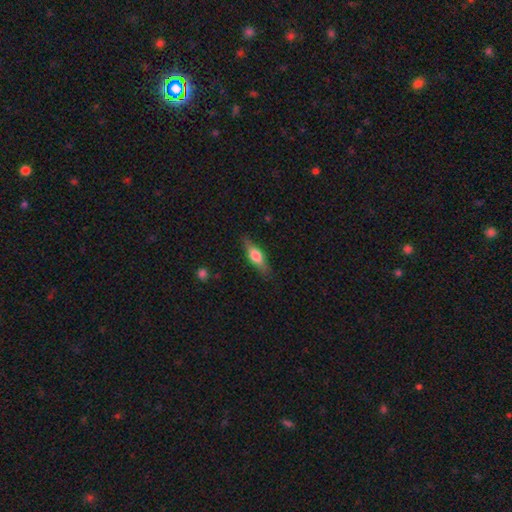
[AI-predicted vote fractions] Smooth or featured? Predicted: smooth (p=0.54). How rounded? Predicted: cigar-shaped (p=0.52). Merging? Predicted: none (p=0.84).